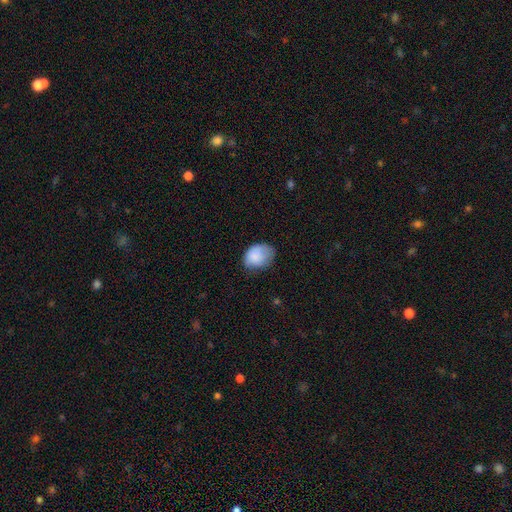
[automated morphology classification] A smooth galaxy with no disk features (84%) that is in between round and cigar-shaped (67%).

Vote fractions:
- Smooth or featured? smooth: 84% / featured or disk: 9% / star or artifact: 8%
- How rounded? in between: 67% / round: 32% / cigar-shaped: 1%
- Merging? none: 52% / minor disturbance: 36% / major disturbance: 11% / merger: 1%